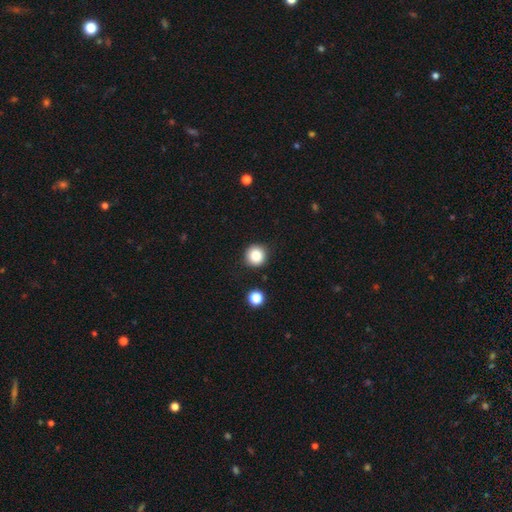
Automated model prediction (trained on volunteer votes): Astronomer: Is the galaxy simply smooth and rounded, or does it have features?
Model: smooth — 84%.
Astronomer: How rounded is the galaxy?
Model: round — 95%.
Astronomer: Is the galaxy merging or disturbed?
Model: none — 90%.